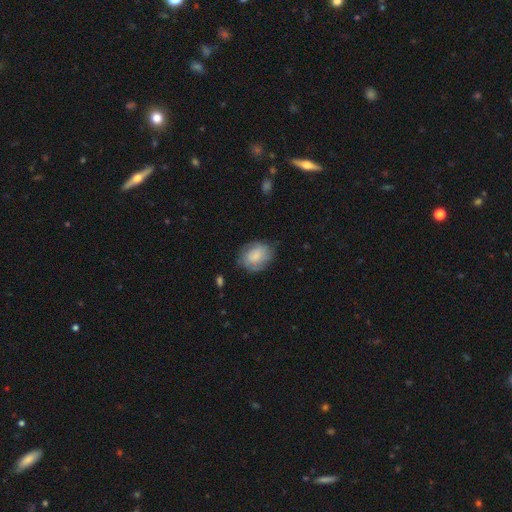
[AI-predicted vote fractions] A smooth galaxy with no disk features (67%) that is in between round and cigar-shaped (58%). Merging: none (66%).